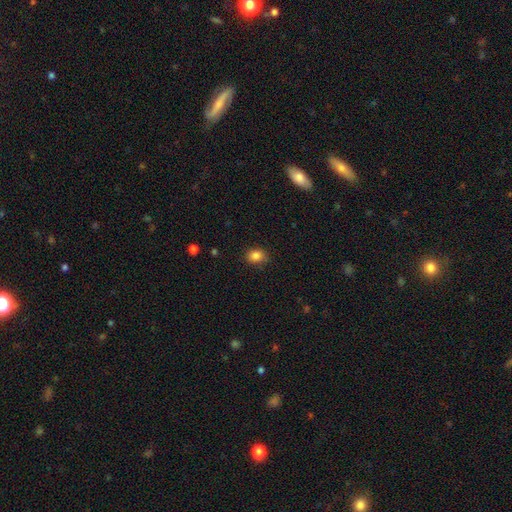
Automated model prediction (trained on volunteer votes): Smooth or featured?
  - smooth: 85% *
  - star or artifact: 11%
  - featured or disk: 4%
How rounded?
  - round: 57% *
  - in between: 42%
  - cigar-shaped: 1%
Merging?
  - none: 84% *
  - minor disturbance: 12%
  - major disturbance: 3%
  - merger: 1%